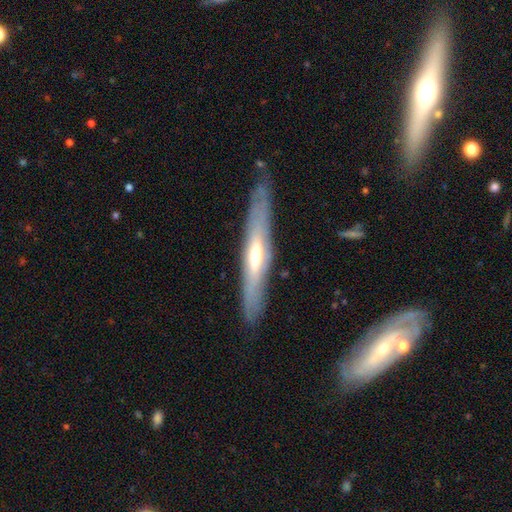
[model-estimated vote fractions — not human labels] smooth_or_featured: featured or disk (p=0.64) [alt: smooth p=0.31]
disk_edge_on: yes (p=0.77) [alt: no p=0.23]
merging: none (p=0.80) [alt: minor disturbance p=0.14]